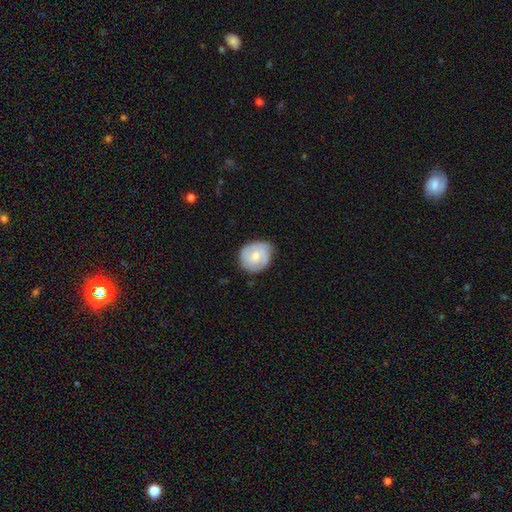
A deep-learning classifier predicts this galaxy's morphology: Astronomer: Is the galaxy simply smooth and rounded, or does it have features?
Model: smooth — 49% (runner-up: featured or disk, 45%).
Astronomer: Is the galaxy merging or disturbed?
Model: none — 64%.